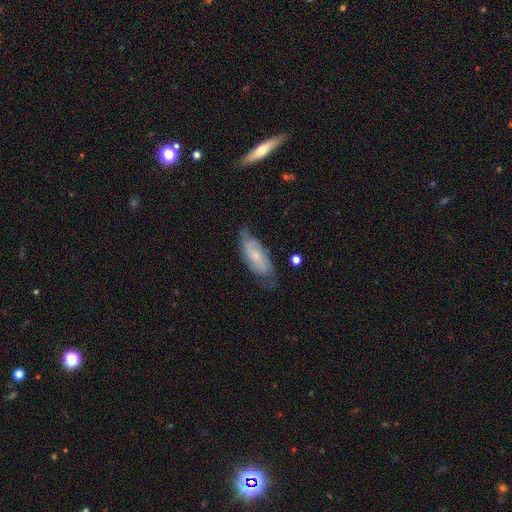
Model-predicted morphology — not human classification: type=featured or disk (58%); edge-on=no (87%); bar=no (70%); spiral arms=yes (83%); bulge=small (68%); merging=none (62%).